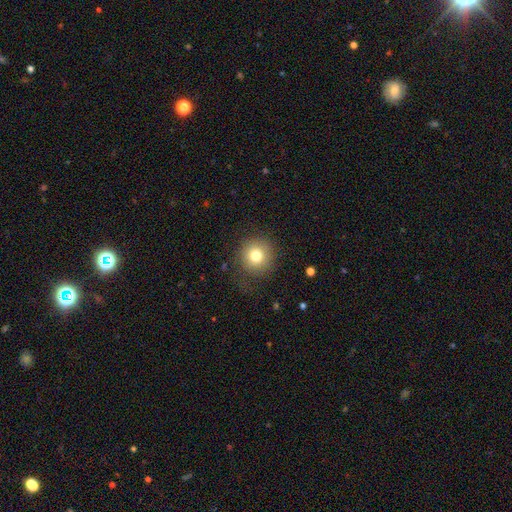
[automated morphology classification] Overall: smooth (78%). How rounded: round (92%). Merging: none (80%).